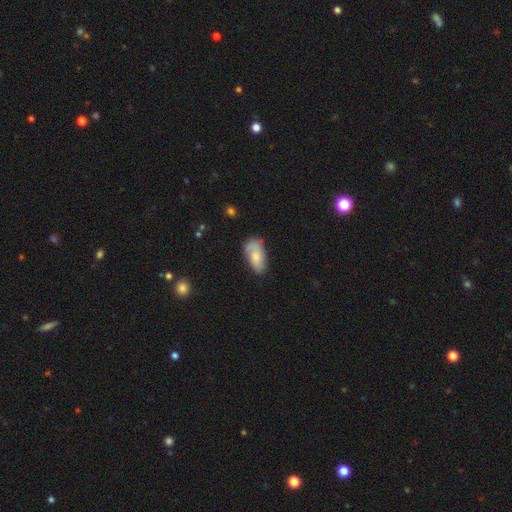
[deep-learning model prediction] Smooth or featured: smooth — 65% (featured or disk — 28%)
How rounded: in between — 92% (cigar-shaped — 4%)
Merging: none — 57% (minor disturbance — 29%)